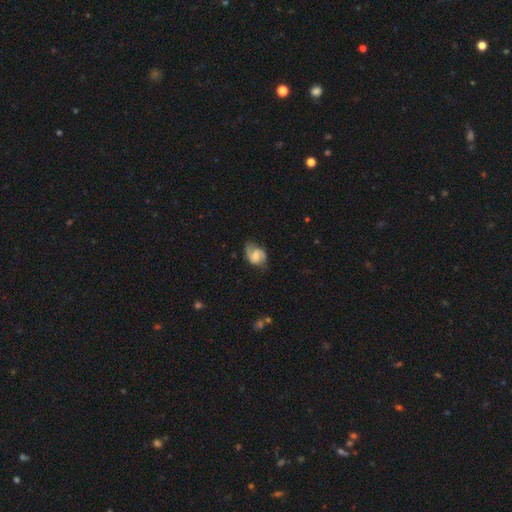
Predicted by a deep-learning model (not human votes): Smooth or featured? featured or disk (72%)
Edge-on disk? no (97%)
Bar? weak (48%)
Spiral arms? yes (94%)
Spiral winding? medium (48%)
Spiral arm count? 2 (87%)
Bulge size? moderate (42%)
Merging? none (68%)